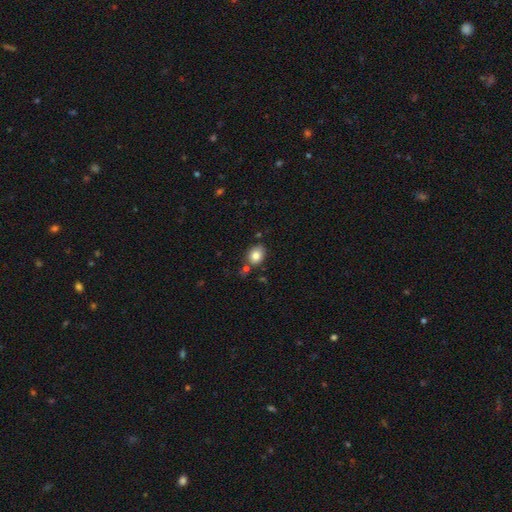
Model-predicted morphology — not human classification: type=smooth (82%); roundness=in between (59%); merging=none (72%).